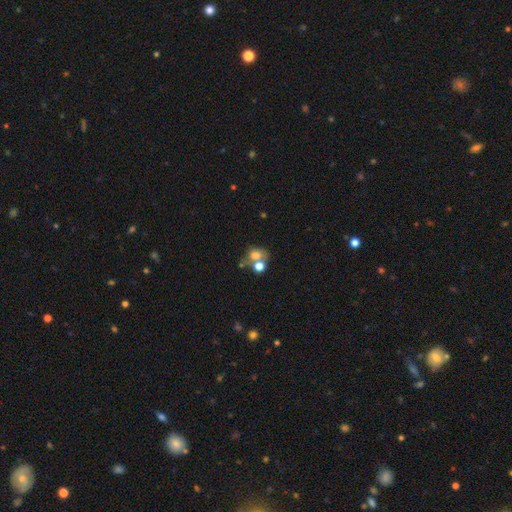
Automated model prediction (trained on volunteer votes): A smooth galaxy with no disk features (66%) that is round (54%).

Vote fractions:
- Smooth or featured? smooth: 66% / featured or disk: 20% / star or artifact: 14%
- How rounded? round: 54% / in between: 45% / cigar-shaped: 1%
- Merging? merger: 45% / none: 33% / minor disturbance: 12% / major disturbance: 10%